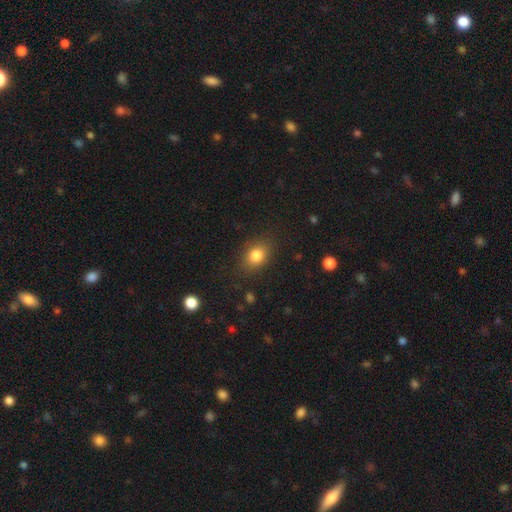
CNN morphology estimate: Q: Smooth or featured?
A: smooth (83%); runner-up: star or artifact (10%)
Q: How rounded?
A: in between (62%); runner-up: round (36%)
Q: Merging?
A: none (83%); runner-up: minor disturbance (12%)